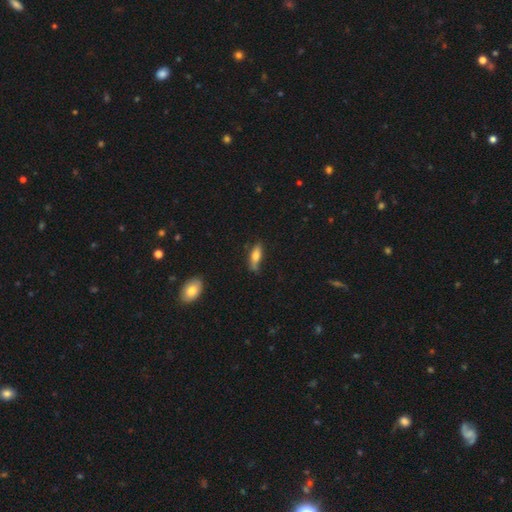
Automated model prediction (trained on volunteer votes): Q: Smooth or featured?
A: smooth (70%); runner-up: featured or disk (23%)
Q: How rounded?
A: in between (53%); runner-up: cigar-shaped (44%)
Q: Merging?
A: none (66%); runner-up: minor disturbance (26%)